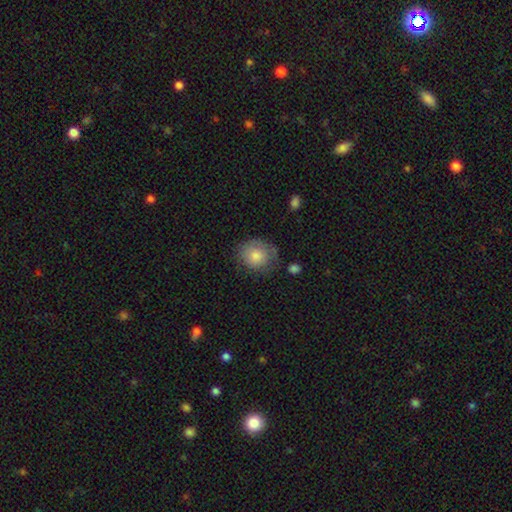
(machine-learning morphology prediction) smooth 76%, featured or disk 16%, star or artifact 8%. Down the decision tree: how rounded — round (76%); merging — none (66%).